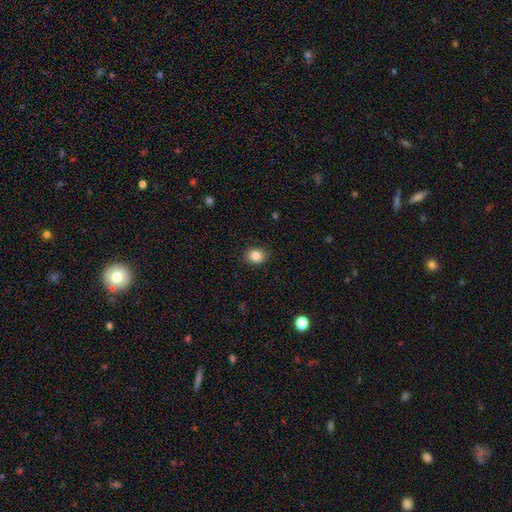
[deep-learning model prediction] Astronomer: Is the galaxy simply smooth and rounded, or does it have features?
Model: smooth — 85%.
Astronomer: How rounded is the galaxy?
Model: round — 54% (runner-up: in between, 46%).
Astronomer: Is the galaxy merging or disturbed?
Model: none — 89%.